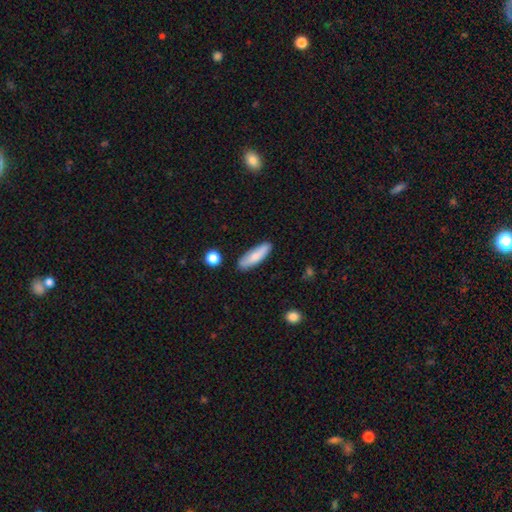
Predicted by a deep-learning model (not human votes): smooth 79%, featured or disk 14%, star or artifact 6%. Down the decision tree: how rounded — cigar-shaped (58%); merging — none (84%).